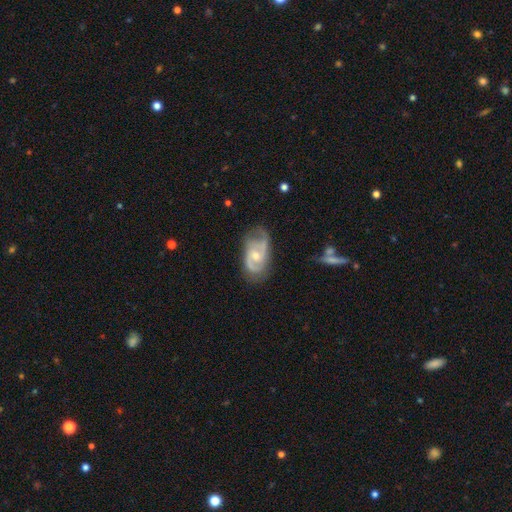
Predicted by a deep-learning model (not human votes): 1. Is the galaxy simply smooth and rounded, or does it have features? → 81% featured or disk, 14% smooth, 5% star or artifact.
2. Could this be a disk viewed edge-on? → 96% no, 4% yes.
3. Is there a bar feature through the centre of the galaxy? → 57% no, 36% weak, 7% strong.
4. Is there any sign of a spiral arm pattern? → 93% yes, 7% no.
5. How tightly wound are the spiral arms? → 51% medium, 27% tight, 22% loose.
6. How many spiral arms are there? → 74% 2, 11% can't tell, 8% 3, 3% 1, 2% 4, 2% more than 4.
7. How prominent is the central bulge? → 49% small, 47% moderate, 2% large, 2% none, 1% dominant.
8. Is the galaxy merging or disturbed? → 61% none, 26% minor disturbance, 12% major disturbance, 2% merger.